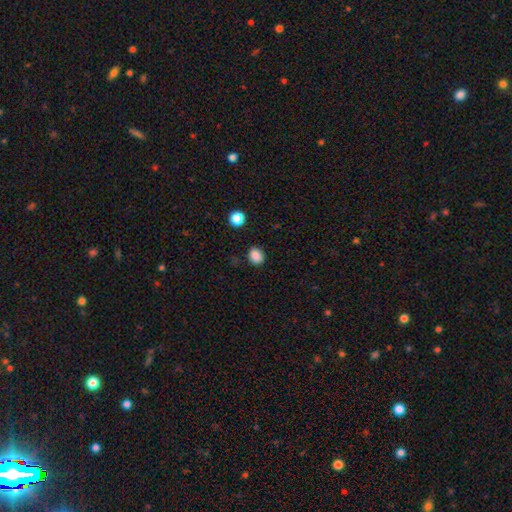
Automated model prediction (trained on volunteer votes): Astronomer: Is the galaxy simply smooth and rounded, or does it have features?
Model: smooth — 86%.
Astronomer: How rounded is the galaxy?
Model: round — 54% (runner-up: in between, 45%).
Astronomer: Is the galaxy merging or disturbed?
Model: none — 86%.